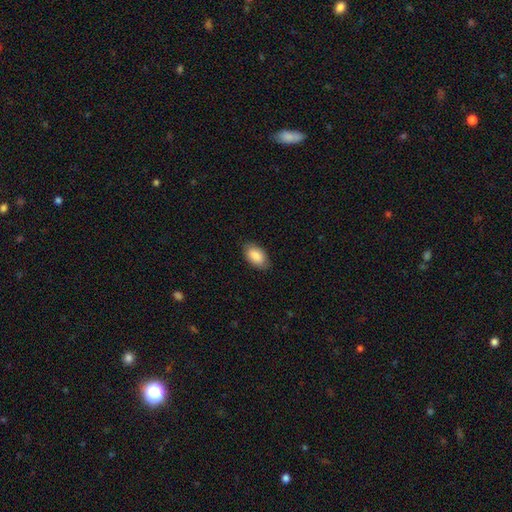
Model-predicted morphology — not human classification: This is clearly a smooth galaxy (88%). How rounded: clearly in between (94%). Merging: clearly none (84%).